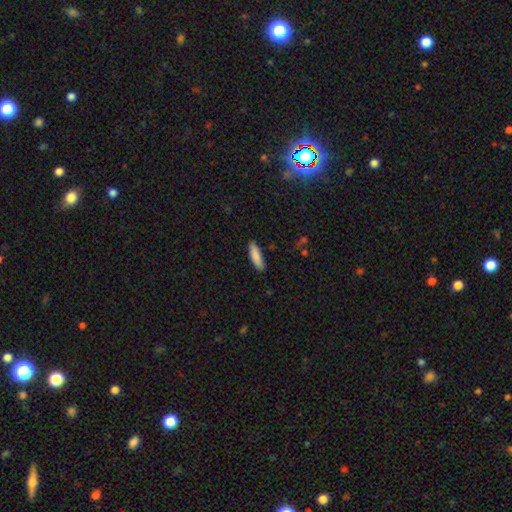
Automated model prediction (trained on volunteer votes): The model was most divided on "how rounded": cigar-shaped: 61%, in between: 37%, round: 1%. More confident: merging — none (88%); smooth or featured — smooth (87%).